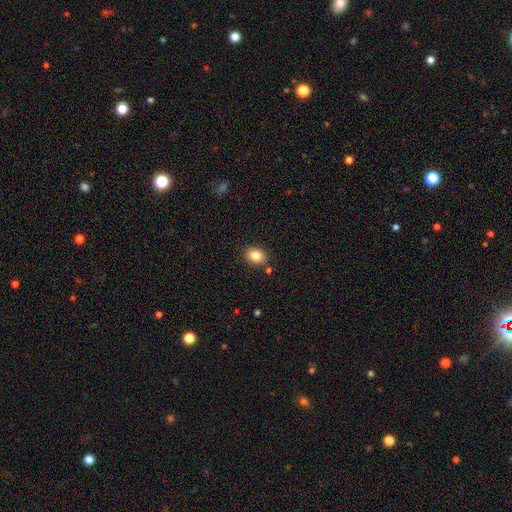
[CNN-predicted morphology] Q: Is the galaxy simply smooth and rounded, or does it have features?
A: smooth — 84%.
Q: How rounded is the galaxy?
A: in between — 62%.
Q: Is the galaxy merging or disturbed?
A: none — 84%.